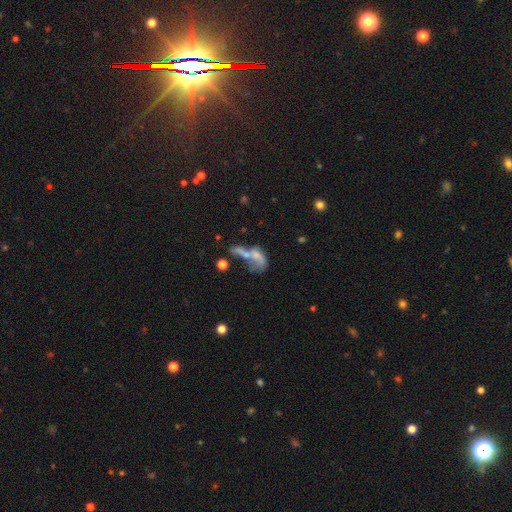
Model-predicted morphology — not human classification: Smooth or featured: featured or disk — 43% (smooth — 39%)
Merging: merger — 46% (major disturbance — 27%)